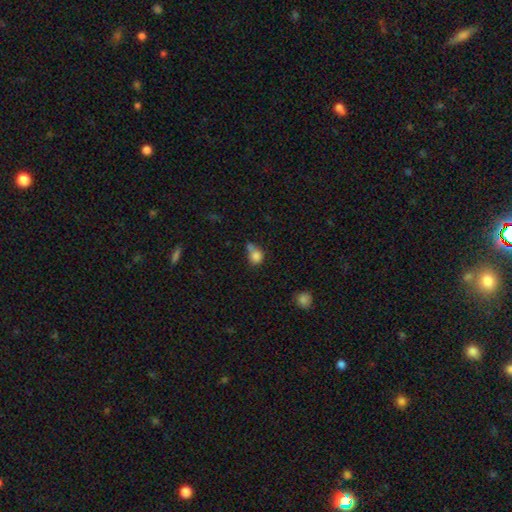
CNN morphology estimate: This appears to be a smooth galaxy with no disk features (81%) that is round (69%). Merging: none (39%).